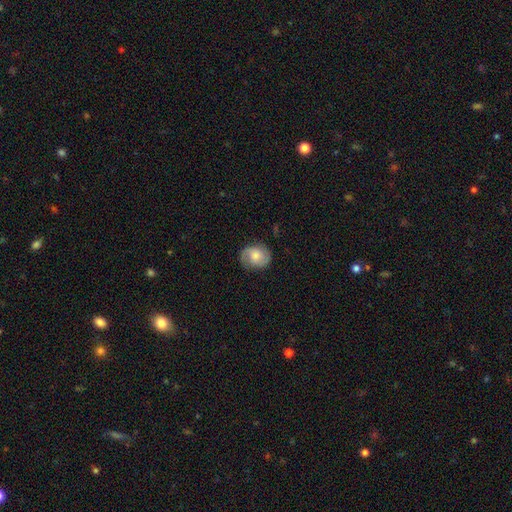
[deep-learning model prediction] This appears to be a featured or disk galaxy (55%) with no bar (65%), spiral arms (90%) and a moderate central bulge (54%). Merging: none (77%).